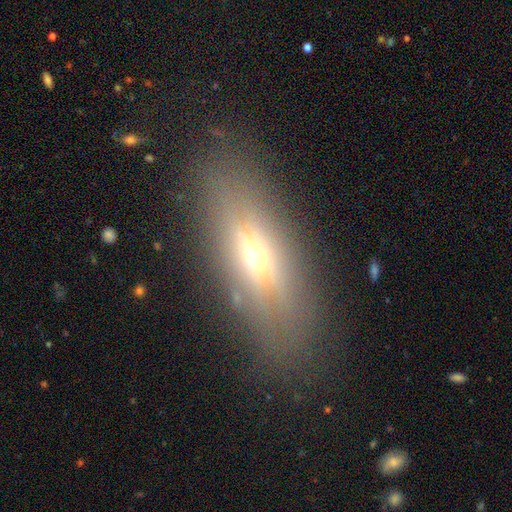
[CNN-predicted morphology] Smooth or featured: featured or disk — 44% (smooth — 43%)
Merging: none — 79% (minor disturbance — 13%)